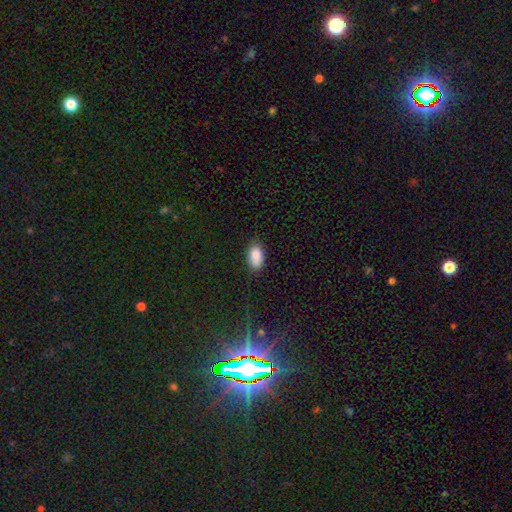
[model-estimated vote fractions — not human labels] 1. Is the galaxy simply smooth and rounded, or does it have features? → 86% smooth, 8% star or artifact, 6% featured or disk.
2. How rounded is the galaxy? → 92% in between, 6% round, 2% cigar-shaped.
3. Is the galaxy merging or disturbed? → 77% none, 18% minor disturbance, 3% major disturbance, 2% merger.